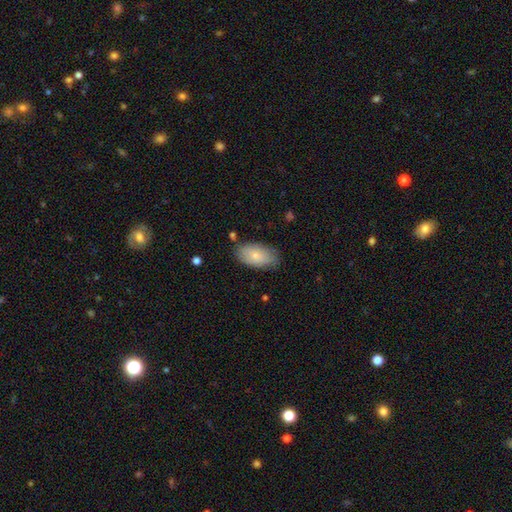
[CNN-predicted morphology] smooth-or-featured: smooth: 75% | featured or disk: 19% | star or artifact: 6%
  how-rounded: in between: 94% | round: 4% | cigar-shaped: 2%
  merging: none: 75% | minor disturbance: 19% | major disturbance: 4% | merger: 2%